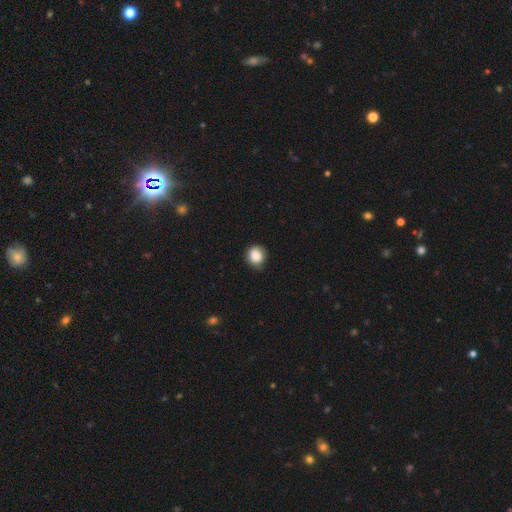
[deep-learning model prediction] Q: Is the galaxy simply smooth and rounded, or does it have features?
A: smooth — 86%.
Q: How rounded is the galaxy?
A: round — 81%.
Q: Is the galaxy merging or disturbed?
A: none — 77%.